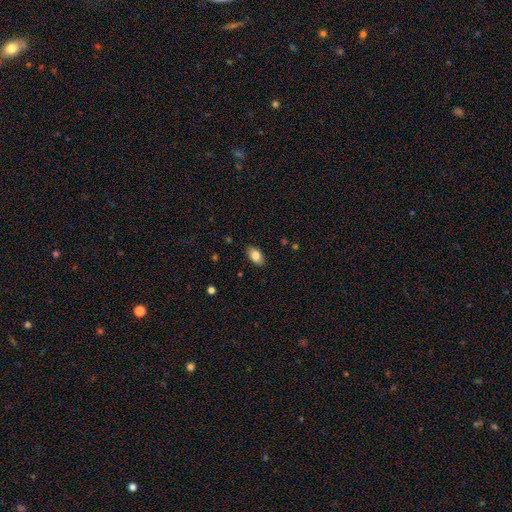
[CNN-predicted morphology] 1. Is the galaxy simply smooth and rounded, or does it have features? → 83% smooth, 9% featured or disk, 7% star or artifact.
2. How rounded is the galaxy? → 92% in between, 5% round, 3% cigar-shaped.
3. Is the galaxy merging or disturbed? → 87% none, 10% minor disturbance, 2% major disturbance, 1% merger.